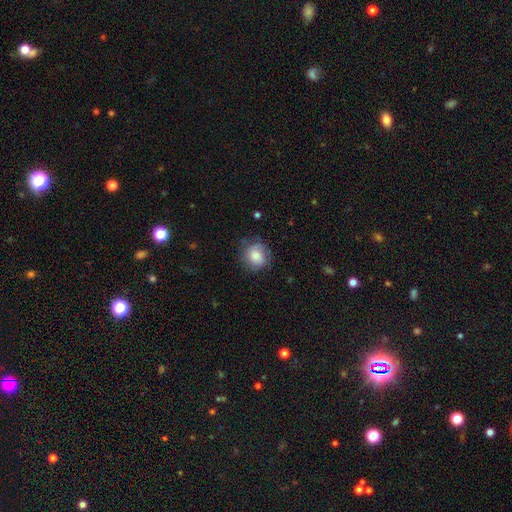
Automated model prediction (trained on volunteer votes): Q: Smooth or featured?
A: smooth (74%); runner-up: featured or disk (18%)
Q: How rounded?
A: round (82%); runner-up: in between (17%)
Q: Merging?
A: none (69%); runner-up: minor disturbance (21%)